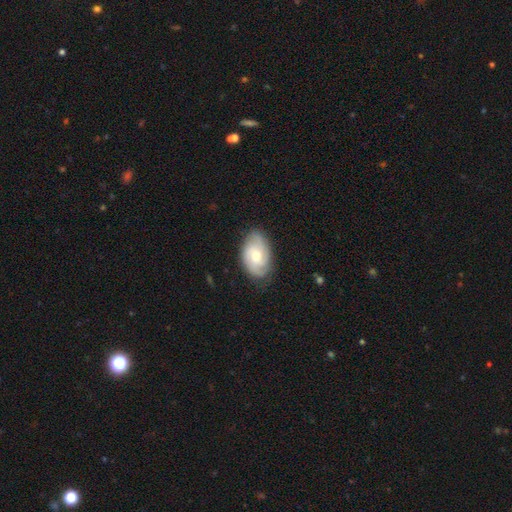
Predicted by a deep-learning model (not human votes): Smooth or featured: featured or disk — 66% (smooth — 28%)
Edge-on disk: no — 96% (yes — 4%)
Bar: no — 71% (weak — 26%)
Spiral arms: yes — 92% (no — 8%)
Spiral winding: tight — 52% (medium — 37%)
Spiral arm count: 3 — 35% (can't tell — 26%)
Bulge size: moderate — 59% (small — 35%)
Merging: none — 77% (minor disturbance — 18%)